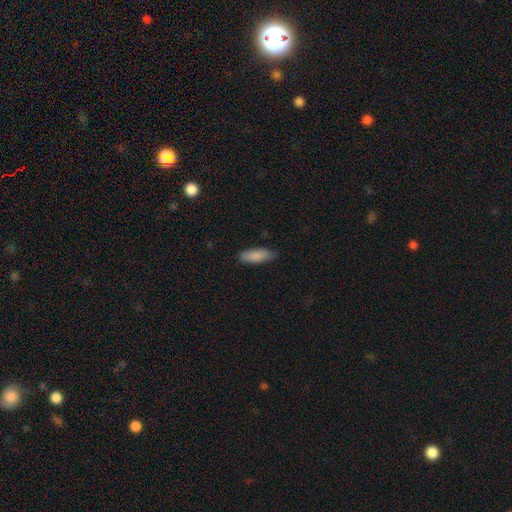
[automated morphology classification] Smooth or featured? Predicted: smooth (p=0.88). How rounded? Predicted: in between (p=0.63). Merging? Predicted: none (p=0.84).